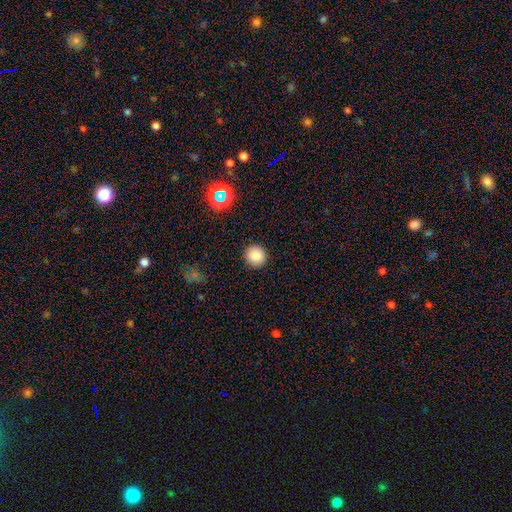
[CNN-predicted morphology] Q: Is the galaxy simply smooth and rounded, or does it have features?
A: smooth — 83%.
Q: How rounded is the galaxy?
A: round — 93%.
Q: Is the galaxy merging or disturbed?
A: none — 92%.